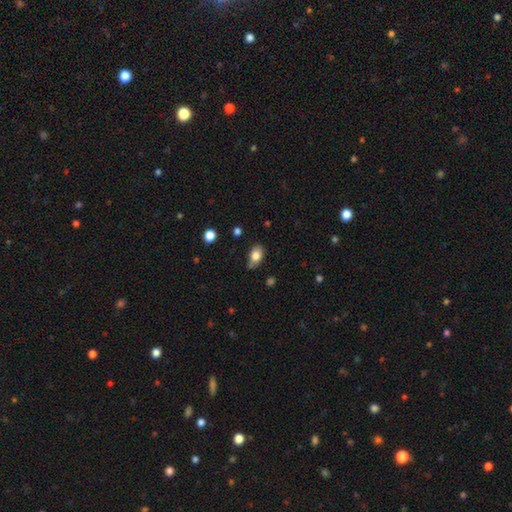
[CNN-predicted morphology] This appears to be a smooth galaxy with no disk features (81%) that is in between round and cigar-shaped (83%). Merging: none (60%).